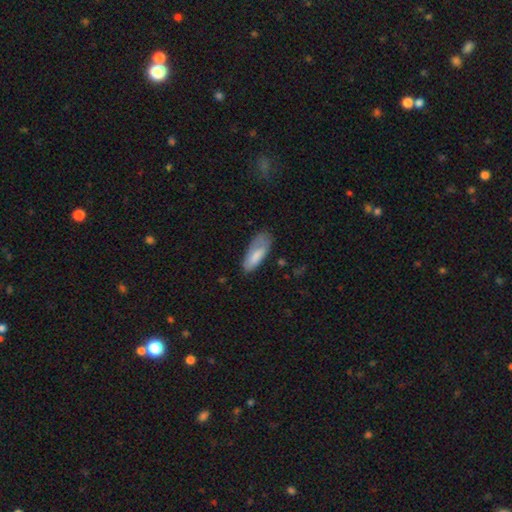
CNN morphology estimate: A smooth galaxy with no disk features (77%) that is in between round and cigar-shaped (74%). Merging: none (52%).